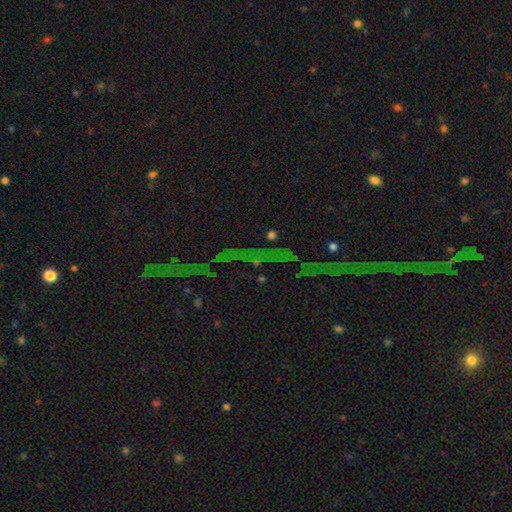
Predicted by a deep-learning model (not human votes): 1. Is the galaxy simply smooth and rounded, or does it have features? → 82% star or artifact, 10% featured or disk, 8% smooth.